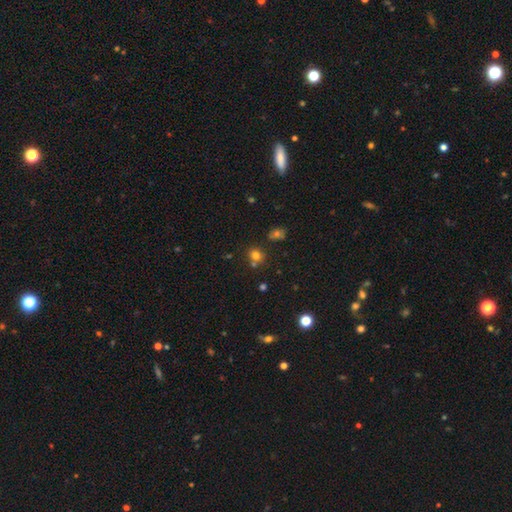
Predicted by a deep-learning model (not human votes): Smooth or featured?
  - smooth: 72% *
  - star or artifact: 20%
  - featured or disk: 9%
How rounded?
  - round: 79% *
  - in between: 20%
  - cigar-shaped: 1%
Merging?
  - none: 64% *
  - merger: 22%
  - minor disturbance: 11%
  - major disturbance: 4%